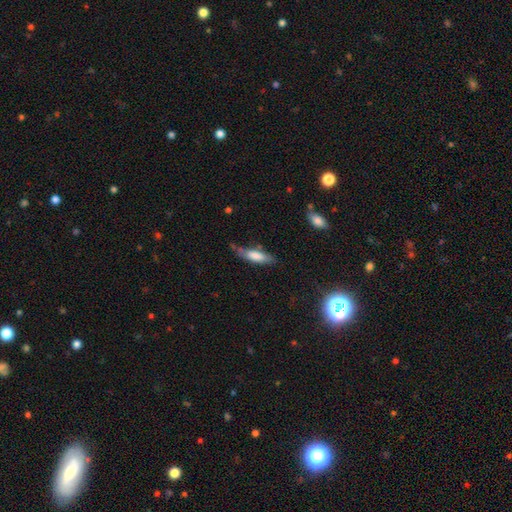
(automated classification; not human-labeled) smooth_or_featured: smooth (p=0.71) [alt: featured or disk p=0.22]
how_rounded: cigar-shaped (p=0.56) [alt: in between p=0.42]
merging: none (p=0.56) [alt: minor disturbance p=0.30]